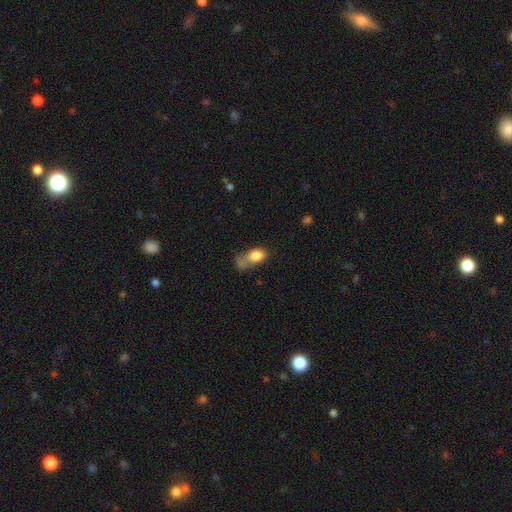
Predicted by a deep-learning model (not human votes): A smooth galaxy with no disk features (79%) that is in between round and cigar-shaped (76%). Merging: major disturbance (30%).